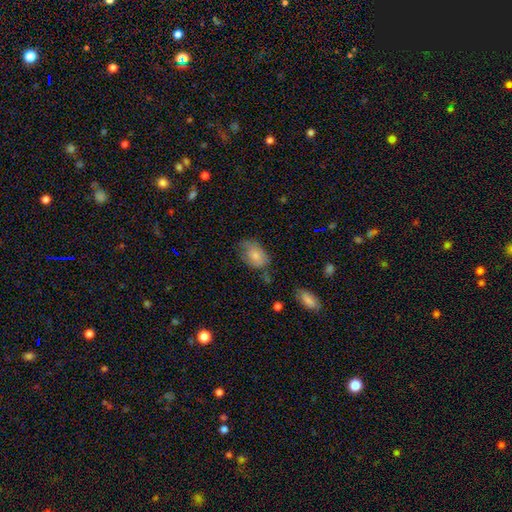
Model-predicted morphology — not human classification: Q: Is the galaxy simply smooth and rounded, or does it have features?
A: smooth — 76%.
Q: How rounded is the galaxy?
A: in between — 84%.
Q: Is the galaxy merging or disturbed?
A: none — 45%.